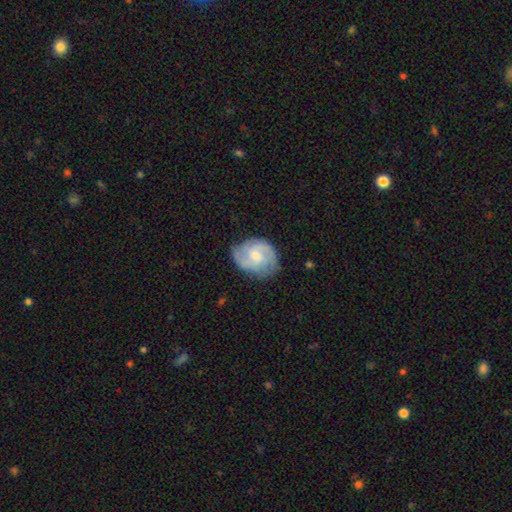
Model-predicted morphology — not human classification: Overall: featured or disk (69%). Edge-on disk: no (98%). Bar: no (54%; weak 41%). Spiral arms: yes (92%). Spiral arm count: 2 (44%; can't tell 22%). Spiral winding: medium (45%; tight 39%). Bulge size: moderate (50%; small 39%). Merging: none (69%).